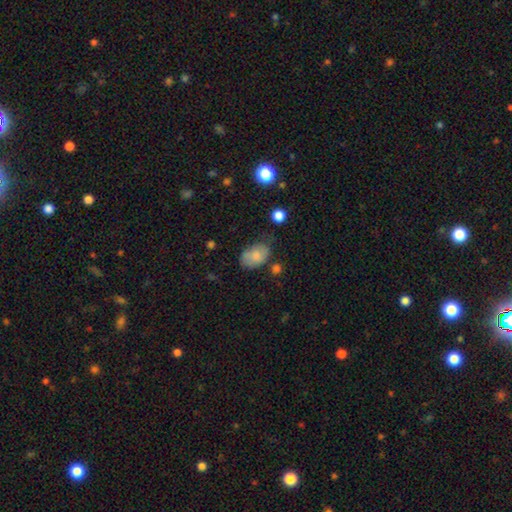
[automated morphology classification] smooth-or-featured: smooth: 79% | featured or disk: 13% | star or artifact: 8%
  how-rounded: in between: 87% | round: 11% | cigar-shaped: 1%
  merging: none: 54% | minor disturbance: 30% | major disturbance: 10% | merger: 6%